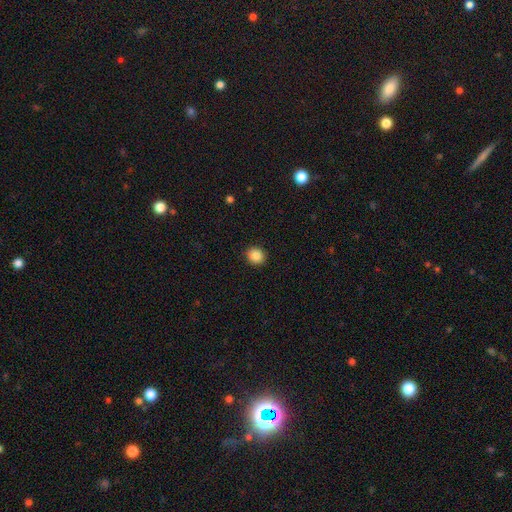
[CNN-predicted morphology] smooth 87%, star or artifact 9%, featured or disk 4%. Down the decision tree: how rounded — round (88%); merging — none (92%).